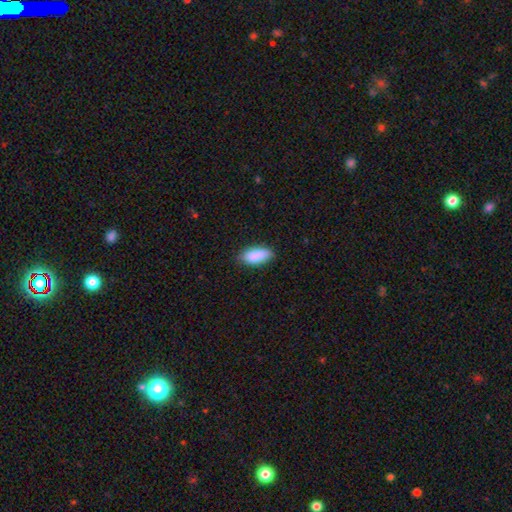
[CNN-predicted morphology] A smooth galaxy with no disk features (88%) that is in between round and cigar-shaped (84%). Merging: none (81%).